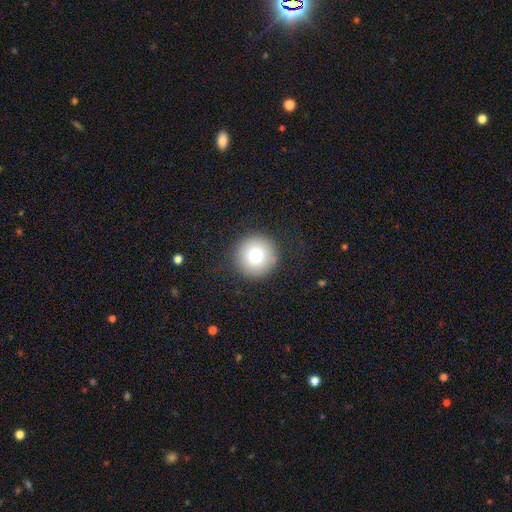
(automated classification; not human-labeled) This appears to be a smooth galaxy with no disk features (77%) that is round (96%). Merging: none (91%).